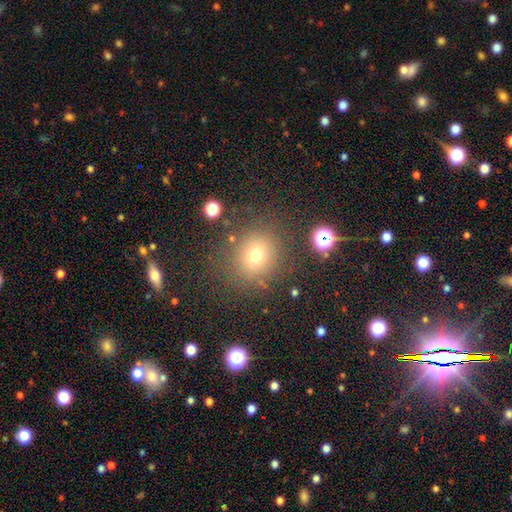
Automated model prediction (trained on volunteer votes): Q: Smooth or featured?
A: smooth (68%); runner-up: star or artifact (22%)
Q: How rounded?
A: round (82%); runner-up: in between (17%)
Q: Merging?
A: none (83%); runner-up: minor disturbance (9%)